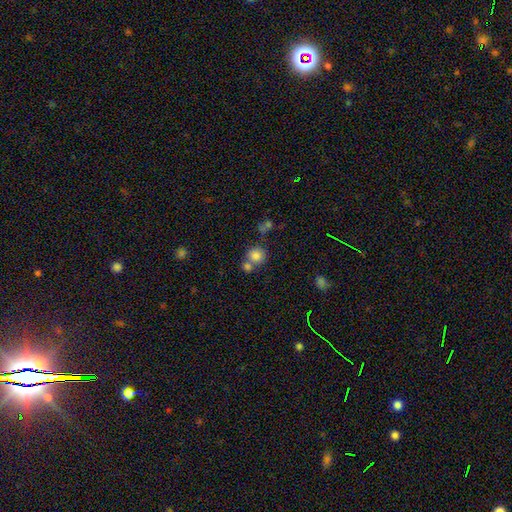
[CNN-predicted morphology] A smooth galaxy with no disk features (80%) that is round (86%). Merging: none (54%).